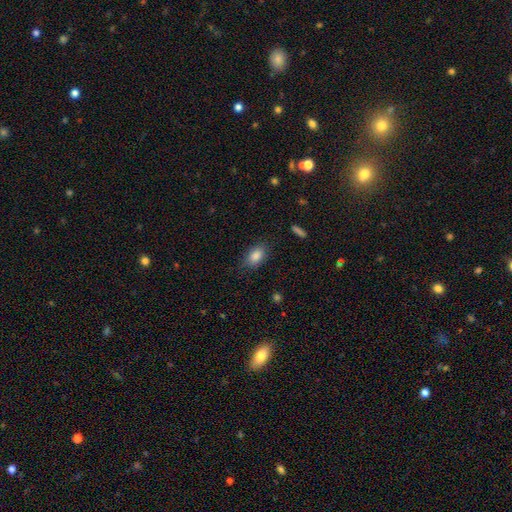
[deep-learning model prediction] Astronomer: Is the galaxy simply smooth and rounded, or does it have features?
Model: smooth — 86%.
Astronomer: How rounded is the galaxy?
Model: in between — 88%.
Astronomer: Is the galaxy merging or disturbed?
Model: none — 77%.